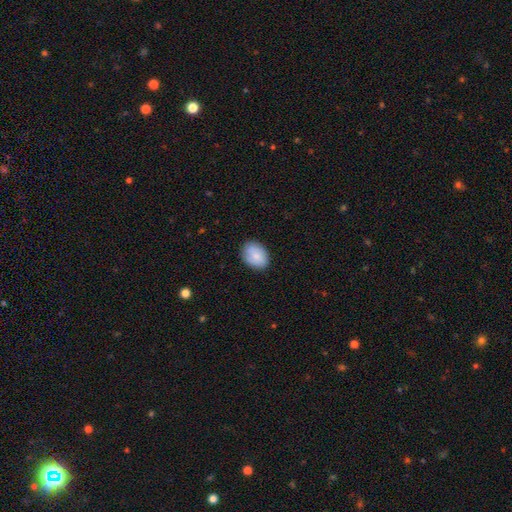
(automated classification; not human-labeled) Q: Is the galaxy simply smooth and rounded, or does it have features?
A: smooth — 85%.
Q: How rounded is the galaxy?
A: in between — 78%.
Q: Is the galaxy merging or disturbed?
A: none — 84%.